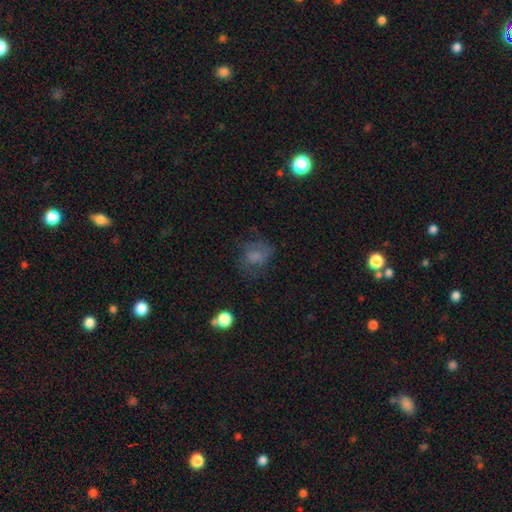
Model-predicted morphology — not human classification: Overall: smooth (60%; featured or disk 24%). How rounded: in between (51%; round 48%). Merging: none (53%; minor disturbance 23%).